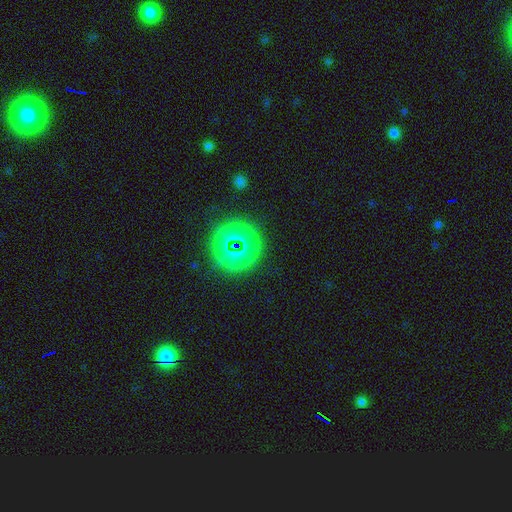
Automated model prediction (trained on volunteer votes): smooth_or_featured: star or artifact (p=0.79) [alt: smooth p=0.14]